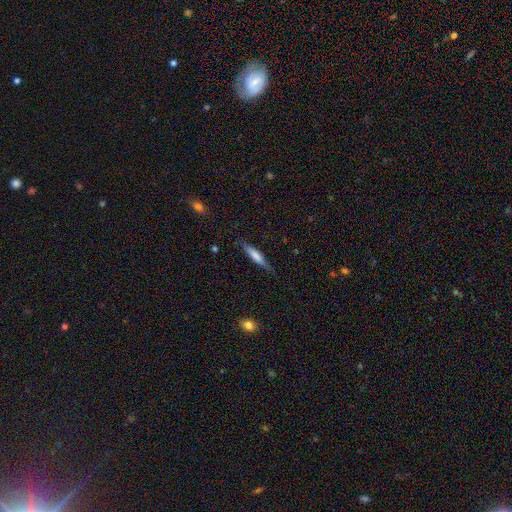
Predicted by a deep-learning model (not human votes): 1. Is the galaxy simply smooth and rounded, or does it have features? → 59% smooth, 35% featured or disk, 6% star or artifact.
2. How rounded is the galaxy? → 88% cigar-shaped, 11% in between, 1% round.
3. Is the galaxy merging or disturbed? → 80% none, 15% minor disturbance, 3% major disturbance, 1% merger.